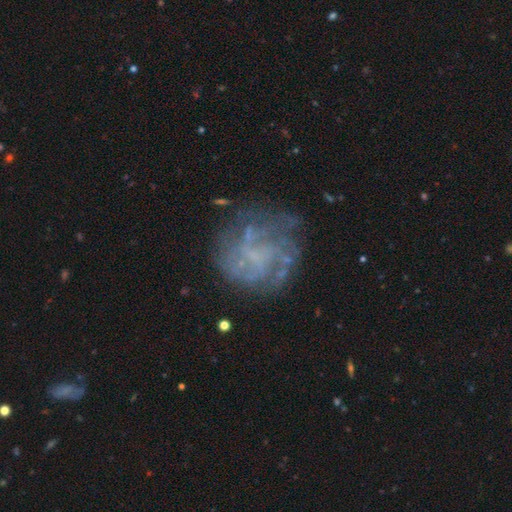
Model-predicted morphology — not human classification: This is likely a featured or disk galaxy (69%). It is clearly not viewed edge-on (98%). Bar: likely no (76%). Spiral arm pattern: possibly yes (59%). Central bulge: likely none (68%). Merging: likely none (65%).